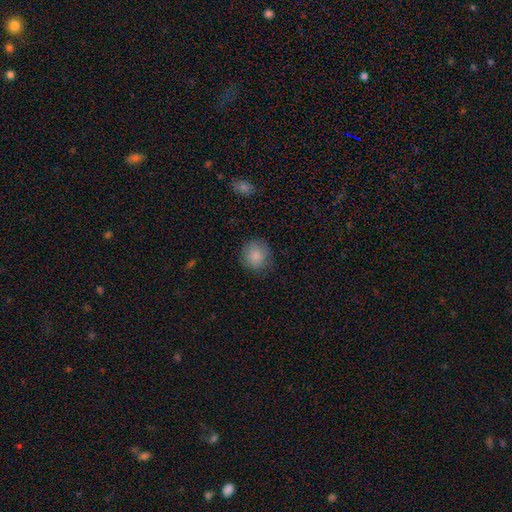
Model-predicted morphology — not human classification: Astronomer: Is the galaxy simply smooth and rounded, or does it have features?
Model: smooth — 86%.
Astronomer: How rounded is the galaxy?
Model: round — 88%.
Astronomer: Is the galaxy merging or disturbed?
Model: none — 82%.